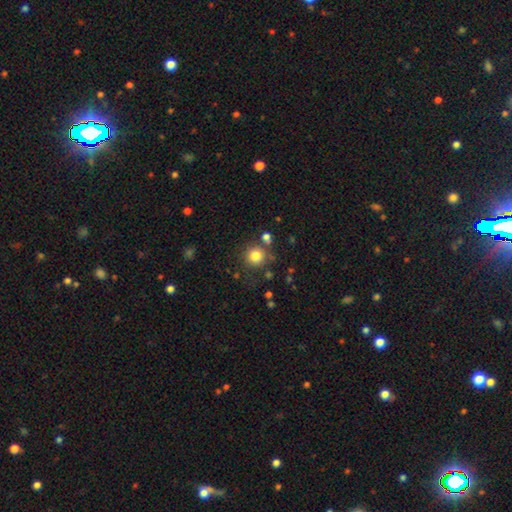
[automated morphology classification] Q: Smooth or featured?
A: smooth (82%); runner-up: star or artifact (12%)
Q: How rounded?
A: round (93%); runner-up: in between (6%)
Q: Merging?
A: none (76%); runner-up: minor disturbance (10%)